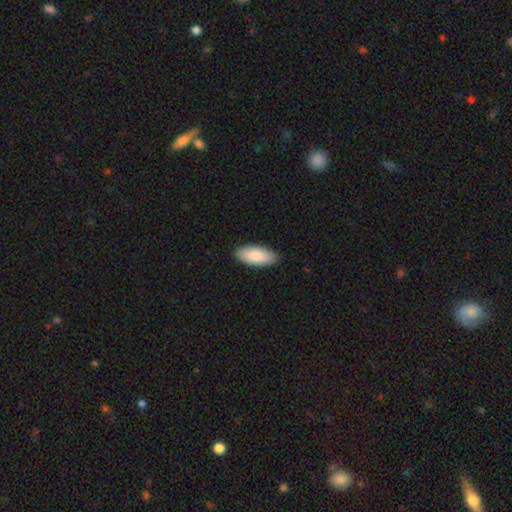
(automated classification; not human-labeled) smooth_or_featured: smooth (p=0.88) [alt: featured or disk p=0.07]
how_rounded: in between (p=0.90) [alt: cigar-shaped p=0.08]
merging: none (p=0.89) [alt: minor disturbance p=0.09]